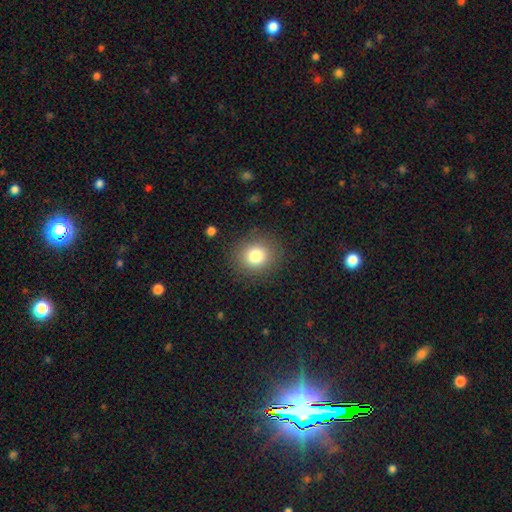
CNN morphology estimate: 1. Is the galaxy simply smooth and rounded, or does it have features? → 80% smooth, 12% star or artifact, 9% featured or disk.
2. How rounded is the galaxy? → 83% round, 16% in between, 1% cigar-shaped.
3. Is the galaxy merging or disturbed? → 87% none, 8% minor disturbance, 4% major disturbance, 1% merger.